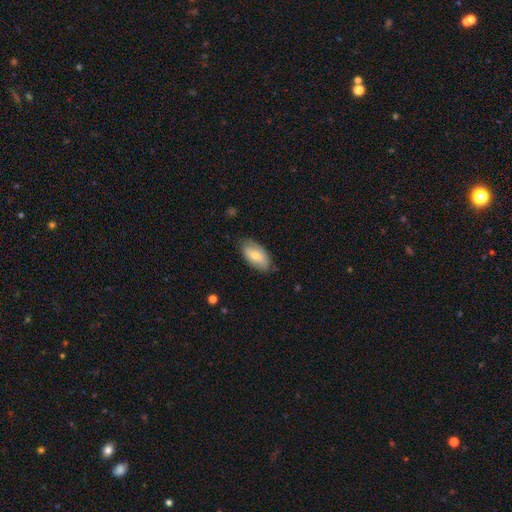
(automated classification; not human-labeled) Smooth or featured: smooth — 68% (featured or disk — 26%)
How rounded: in between — 93% (cigar-shaped — 4%)
Merging: none — 75% (minor disturbance — 20%)